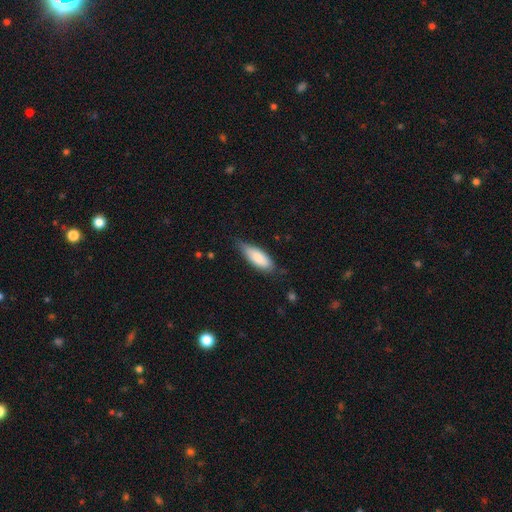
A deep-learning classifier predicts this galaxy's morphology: Q: Smooth or featured?
A: smooth (84%); runner-up: featured or disk (10%)
Q: How rounded?
A: in between (69%); runner-up: cigar-shaped (29%)
Q: Merging?
A: none (64%); runner-up: minor disturbance (29%)